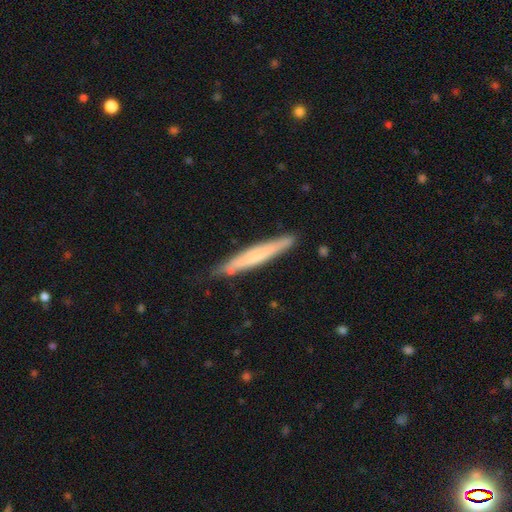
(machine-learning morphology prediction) Smooth or featured: smooth — 54% (featured or disk — 40%)
How rounded: cigar-shaped — 95% (in between — 4%)
Merging: none — 81% (minor disturbance — 15%)